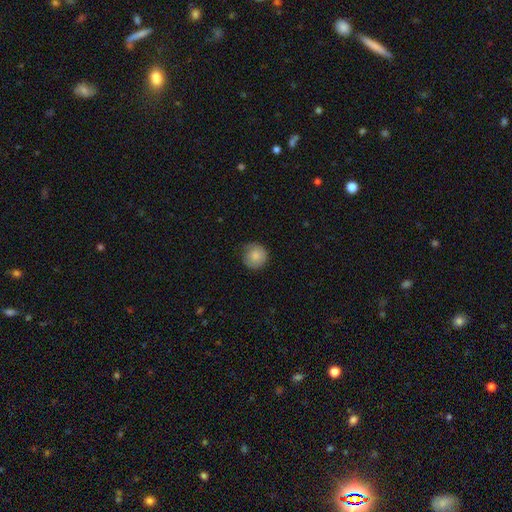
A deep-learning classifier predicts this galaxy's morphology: The model was most divided on "merging": none: 74%, minor disturbance: 21%, major disturbance: 4%, merger: 1%. More confident: how rounded — round (93%); smooth or featured — smooth (82%).